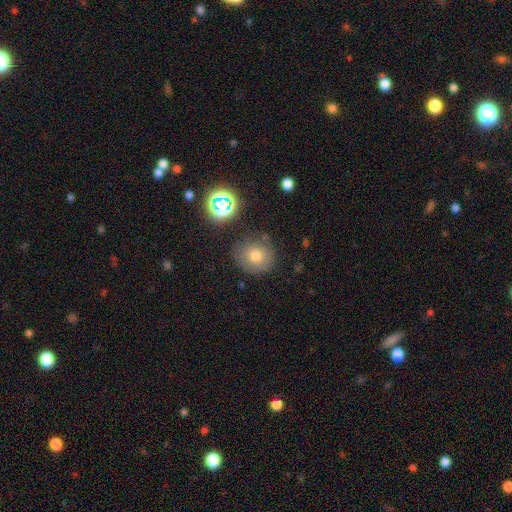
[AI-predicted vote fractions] Overall: smooth (72%). How rounded: round (83%). Merging: none (77%).